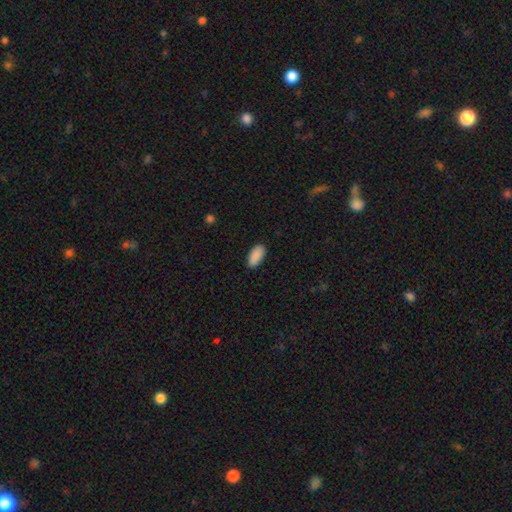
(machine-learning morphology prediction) smooth 91%, star or artifact 7%, featured or disk 3%. Down the decision tree: how rounded — in between (92%); merging — none (89%).